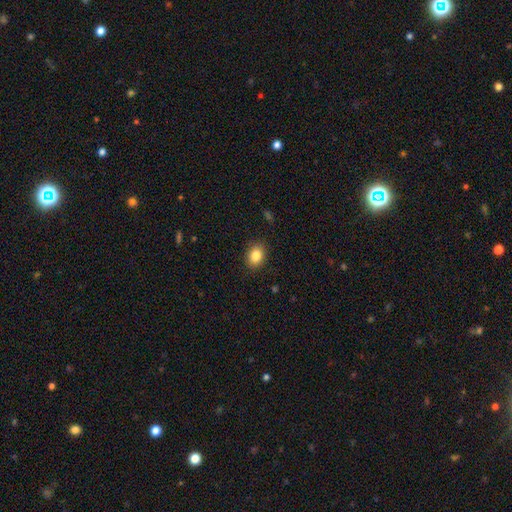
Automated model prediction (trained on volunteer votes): This appears to be a smooth galaxy with no disk features (85%) that is in between round and cigar-shaped (61%). Merging: none (87%).